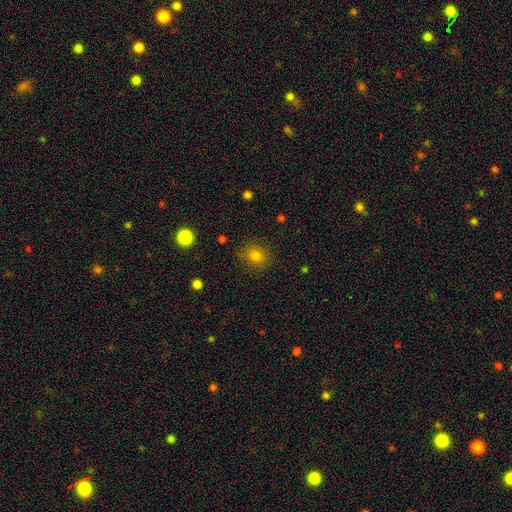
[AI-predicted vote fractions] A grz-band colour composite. It shows a smooth galaxy with no disk features (81%) that is round (75%). Merging: none (81%).